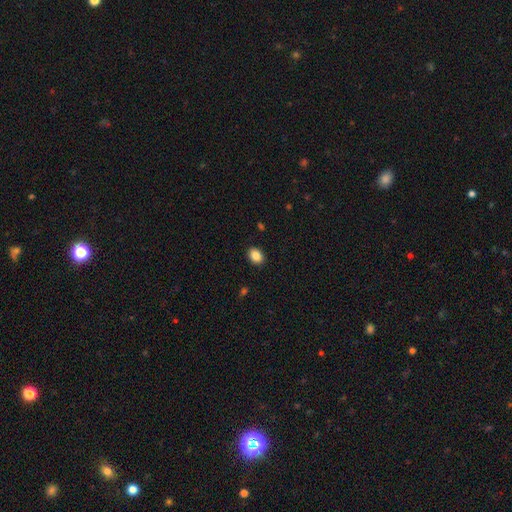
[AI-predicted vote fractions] Smooth or featured? smooth (87%)
How rounded? in between (68%)
Merging? none (90%)